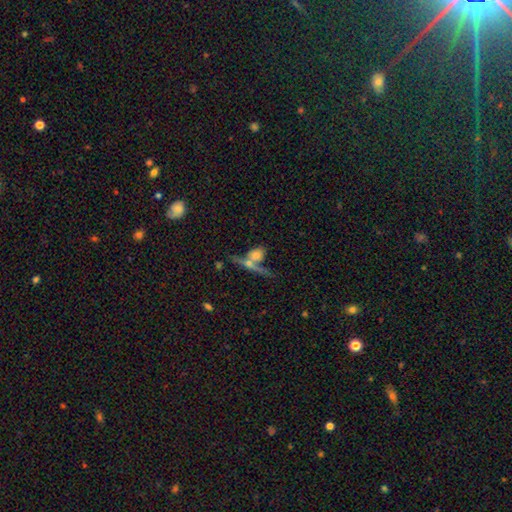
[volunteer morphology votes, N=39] Smooth or featured: smooth — 49% (featured or disk — 44%)
How rounded: round — 47% (in between — 32%)
Merging: none — 47% (tied with merger — 47%)